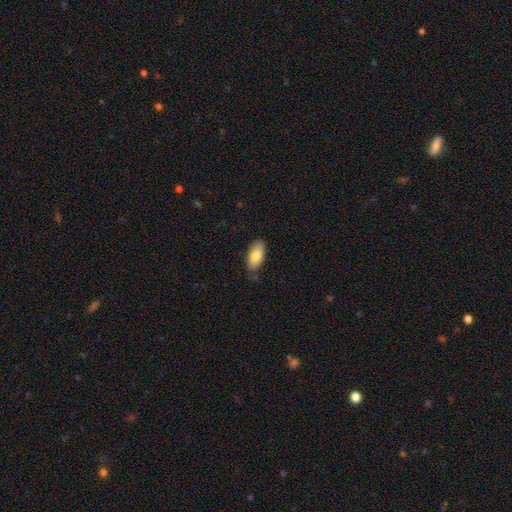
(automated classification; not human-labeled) Smooth or featured? smooth (82%)
How rounded? in between (90%)
Merging? none (76%)